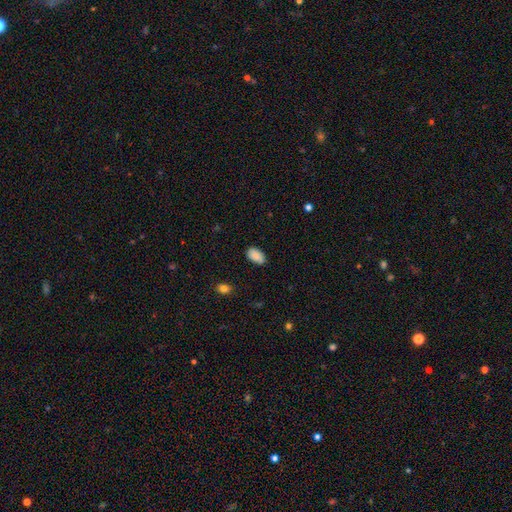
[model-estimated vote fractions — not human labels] A smooth galaxy with no disk features (88%) that is in between round and cigar-shaped (94%). Merging: none (79%).